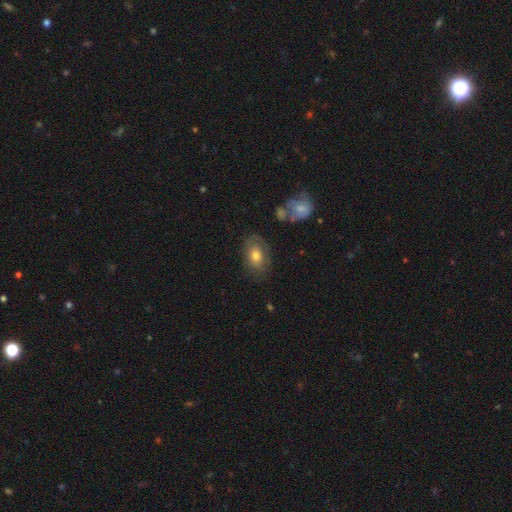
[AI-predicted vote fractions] Smooth or featured: smooth — 68% (featured or disk — 24%)
How rounded: in between — 84% (round — 14%)
Merging: none — 70% (minor disturbance — 19%)